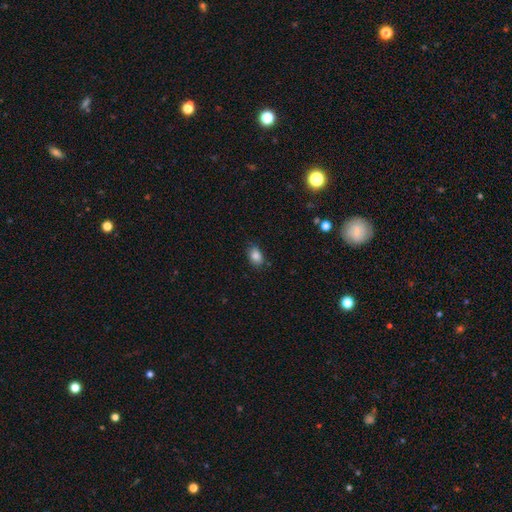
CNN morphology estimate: A smooth galaxy with no disk features (85%) that is in between round and cigar-shaped (82%).

Vote fractions:
- Smooth or featured? smooth: 85% / star or artifact: 9% / featured or disk: 5%
- How rounded? in between: 82% / round: 17% / cigar-shaped: 1%
- Merging? none: 79% / minor disturbance: 16% / major disturbance: 3% / merger: 2%